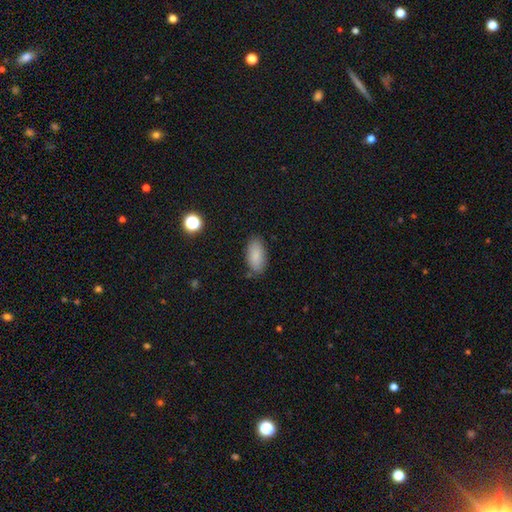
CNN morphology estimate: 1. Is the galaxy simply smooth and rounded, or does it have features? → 86% smooth, 8% star or artifact, 6% featured or disk.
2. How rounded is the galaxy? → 92% in between, 5% cigar-shaped, 3% round.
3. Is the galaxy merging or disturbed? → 82% none, 14% minor disturbance, 3% major disturbance, 2% merger.